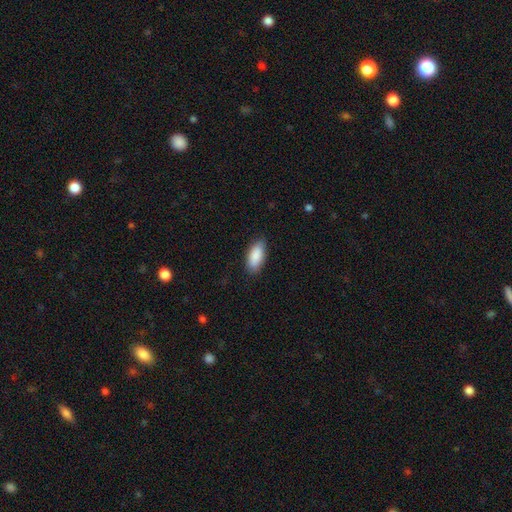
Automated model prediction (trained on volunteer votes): smooth-or-featured: smooth: 89% | star or artifact: 6% | featured or disk: 5%
  how-rounded: in between: 89% | cigar-shaped: 9% | round: 2%
  merging: none: 82% | minor disturbance: 14% | major disturbance: 3% | merger: 1%